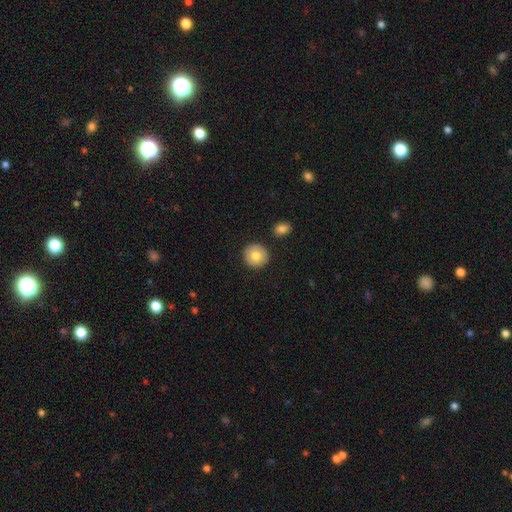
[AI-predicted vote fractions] Smooth or featured? smooth (77%)
How rounded? round (92%)
Merging? none (89%)